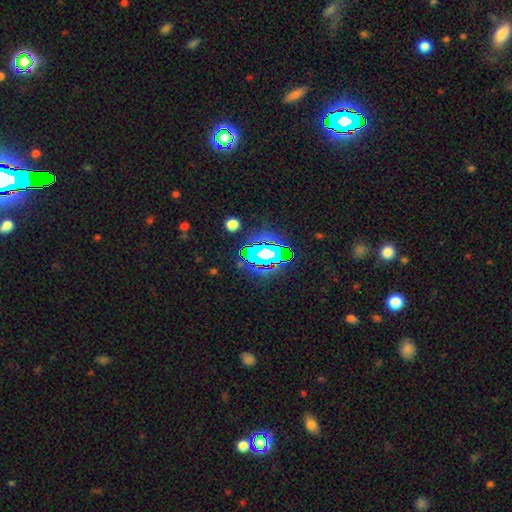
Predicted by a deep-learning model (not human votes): A star or artifact, not a galaxy (80%).

Vote fractions:
- Smooth or featured? star or artifact: 80% / smooth: 12% / featured or disk: 8%